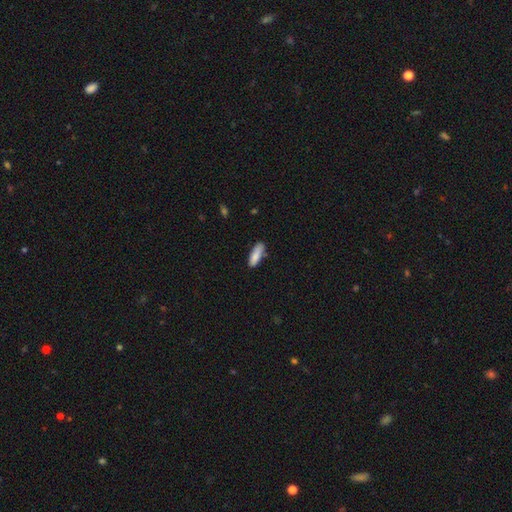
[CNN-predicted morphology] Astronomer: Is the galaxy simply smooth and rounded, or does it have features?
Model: smooth — 86%.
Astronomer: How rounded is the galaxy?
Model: in between — 53% (runner-up: cigar-shaped, 45%).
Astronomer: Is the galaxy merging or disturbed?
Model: none — 74%.